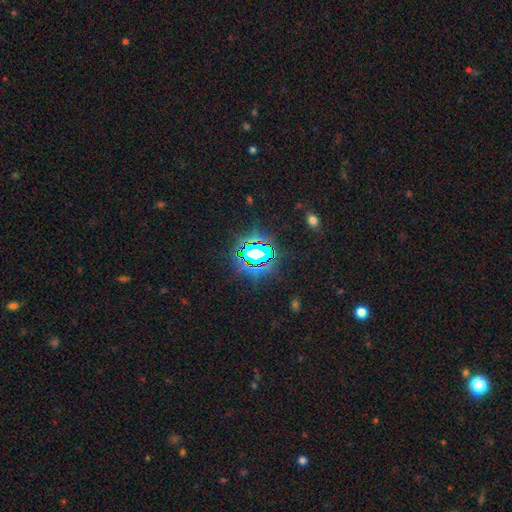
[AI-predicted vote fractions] Q: Smooth or featured?
A: star or artifact (74%); runner-up: smooth (16%)